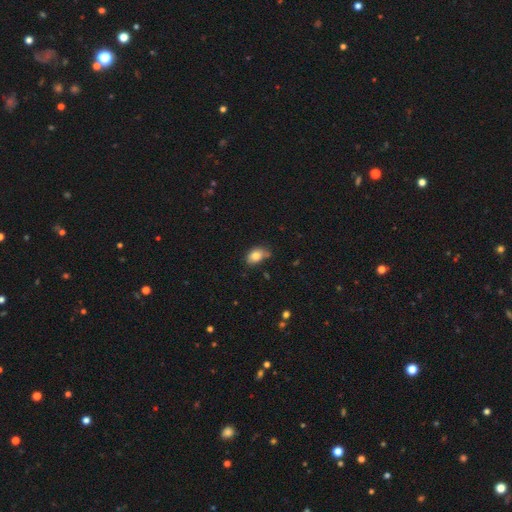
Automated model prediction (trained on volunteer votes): The model was most divided on "merging": none: 60%, minor disturbance: 28%, merger: 6%, major disturbance: 6%. More confident: smooth or featured — smooth (81%); how rounded — in between (81%).